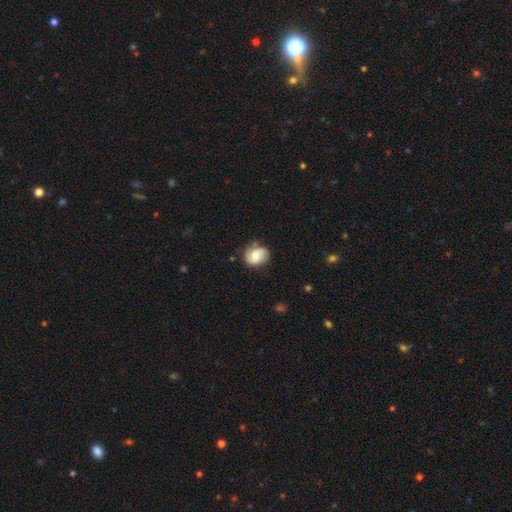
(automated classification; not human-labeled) smooth-or-featured: smooth: 48% | featured or disk: 44% | star or artifact: 9%
  merging: none: 62% | minor disturbance: 26% | major disturbance: 9% | merger: 3%